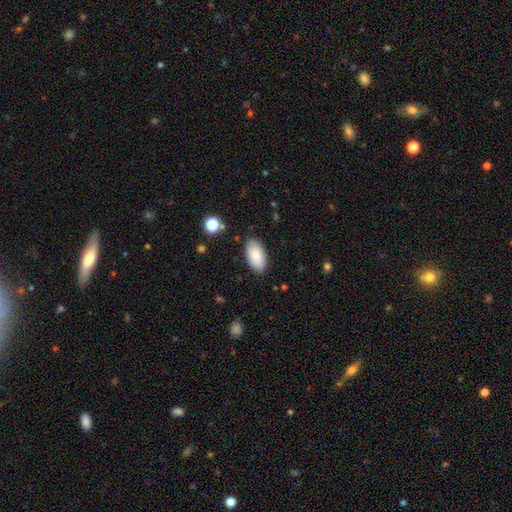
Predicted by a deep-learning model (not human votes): Smooth or featured? smooth (82%)
How rounded? in between (95%)
Merging? none (85%)